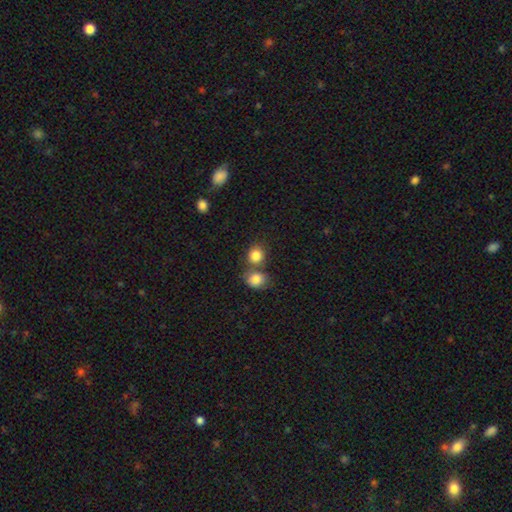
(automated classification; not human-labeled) smooth 84%, star or artifact 10%, featured or disk 7%. Down the decision tree: how rounded — round (82%); merging — none (55%).